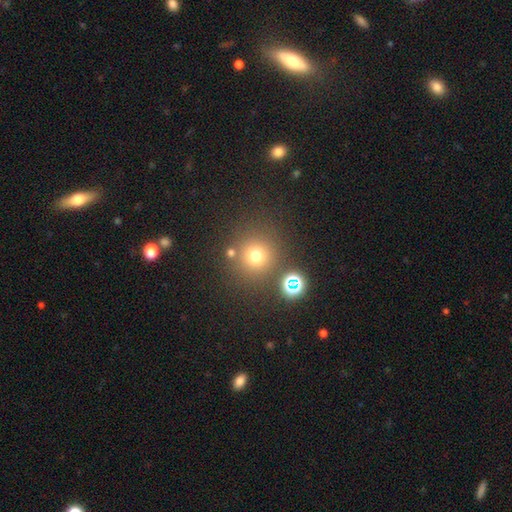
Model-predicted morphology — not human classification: Smooth or featured: smooth — 72% (star or artifact — 20%)
How rounded: round — 93% (in between — 6%)
Merging: none — 80% (minor disturbance — 8%)